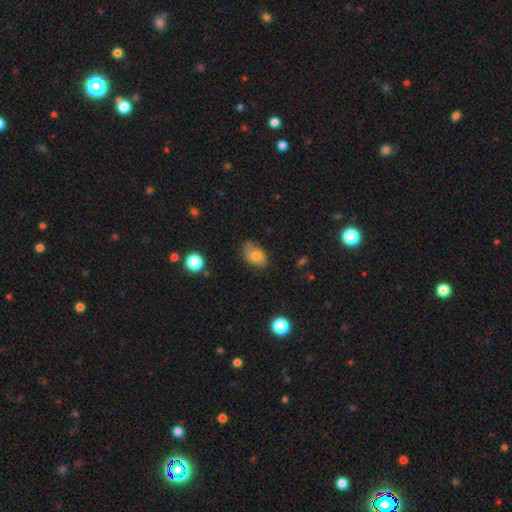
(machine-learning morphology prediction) smooth-or-featured: smooth: 71% | featured or disk: 20% | star or artifact: 10%
  how-rounded: in between: 85% | round: 14% | cigar-shaped: 1%
  merging: none: 62% | minor disturbance: 29% | major disturbance: 7% | merger: 2%